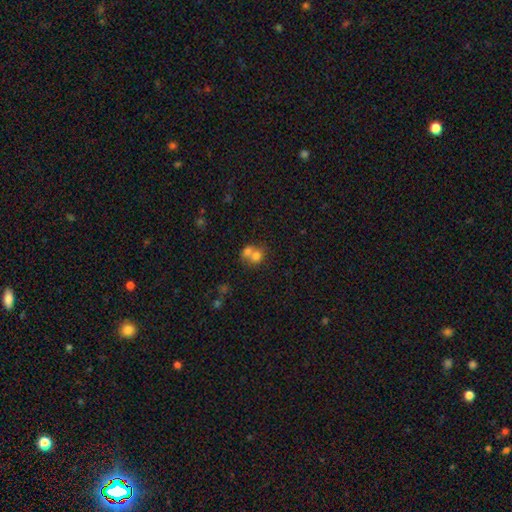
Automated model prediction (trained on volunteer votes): This is likely a smooth galaxy (72%). How rounded: likely round (69%). Merging: likely merger (65%).